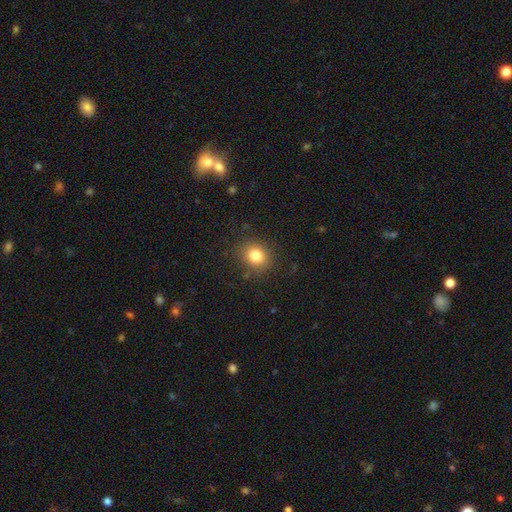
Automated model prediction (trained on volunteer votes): Smooth or featured: smooth — 81% (star or artifact — 12%)
How rounded: round — 70% (in between — 29%)
Merging: none — 86% (minor disturbance — 10%)